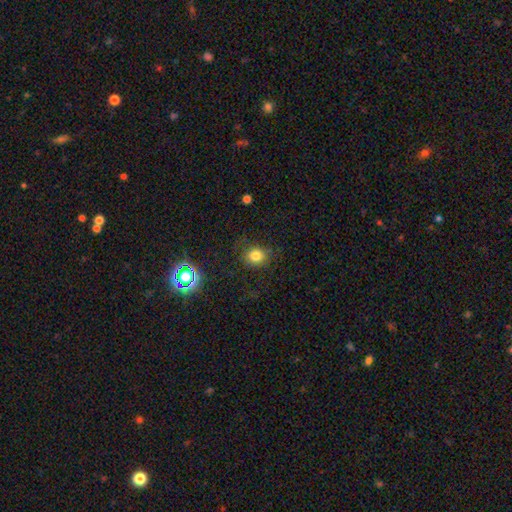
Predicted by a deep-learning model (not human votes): Smooth or featured? Predicted: smooth (p=0.77). How rounded? Predicted: round (p=0.76). Merging? Predicted: none (p=0.76).